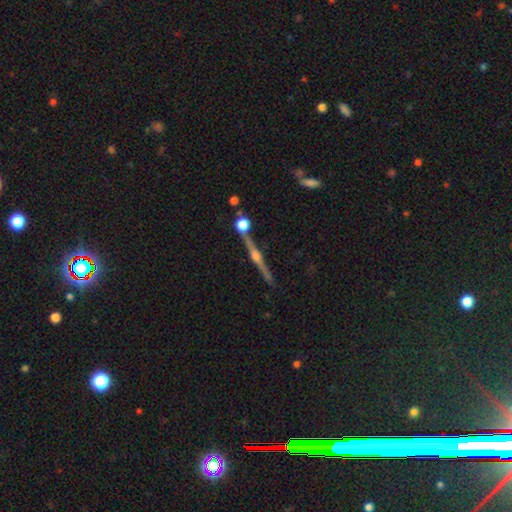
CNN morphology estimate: smooth_or_featured: featured or disk (p=0.86) [alt: star or artifact p=0.07]
disk_edge_on: yes (p=0.98) [alt: no p=0.02]
edge_on_bulge: rounded (p=0.93) [alt: boxy p=0.04]
merging: none (p=0.84) [alt: minor disturbance p=0.08]